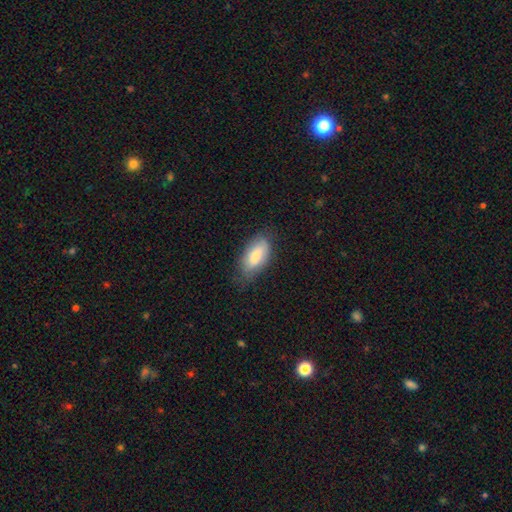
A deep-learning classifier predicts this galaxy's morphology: Smooth or featured?
  - smooth: 78% *
  - featured or disk: 16%
  - star or artifact: 6%
How rounded?
  - in between: 89% *
  - cigar-shaped: 9%
  - round: 2%
Merging?
  - none: 68% *
  - minor disturbance: 24%
  - major disturbance: 6%
  - merger: 1%